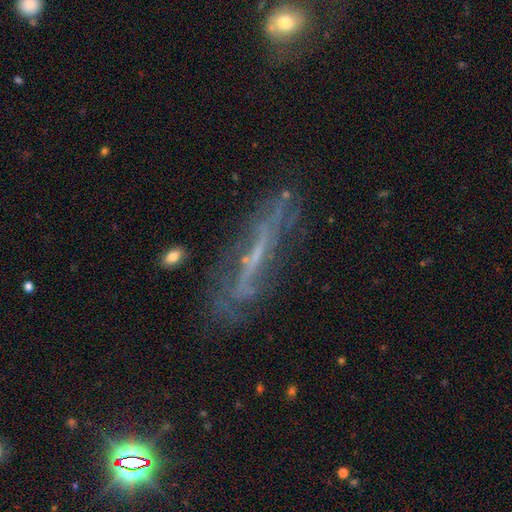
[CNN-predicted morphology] This is likely a featured or disk galaxy (67%). It is possibly viewed edge-on (56%). Merging: likely none (62%).